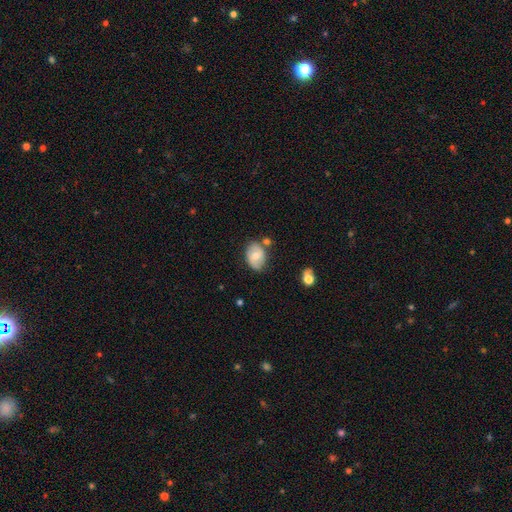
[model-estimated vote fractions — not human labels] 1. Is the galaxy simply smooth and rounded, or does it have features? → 57% smooth, 36% featured or disk, 7% star or artifact.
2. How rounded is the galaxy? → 73% in between, 26% round, 1% cigar-shaped.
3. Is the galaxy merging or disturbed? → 65% none, 21% minor disturbance, 9% merger, 5% major disturbance.